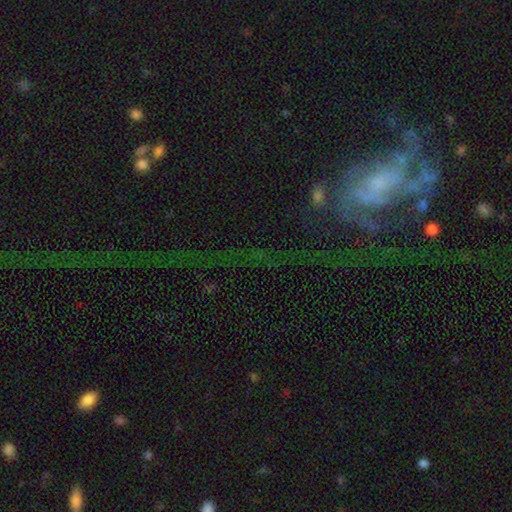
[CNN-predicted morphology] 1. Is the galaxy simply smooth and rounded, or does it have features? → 64% featured or disk, 21% star or artifact, 14% smooth.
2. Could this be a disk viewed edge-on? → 92% no, 8% yes.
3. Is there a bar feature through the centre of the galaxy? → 46% no, 33% weak, 21% strong.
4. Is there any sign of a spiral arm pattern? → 82% yes, 18% no.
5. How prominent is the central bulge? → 51% small, 24% moderate, 18% none, 4% large, 3% dominant.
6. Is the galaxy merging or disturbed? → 50% none, 28% major disturbance, 15% minor disturbance, 7% merger.